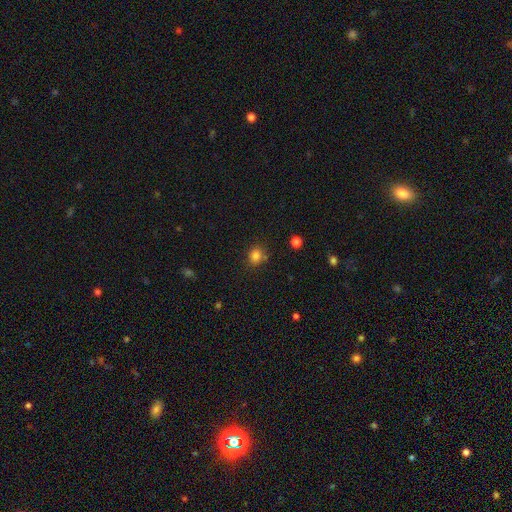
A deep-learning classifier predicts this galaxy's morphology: type=smooth (81%); roundness=round (69%); merging=none (75%).